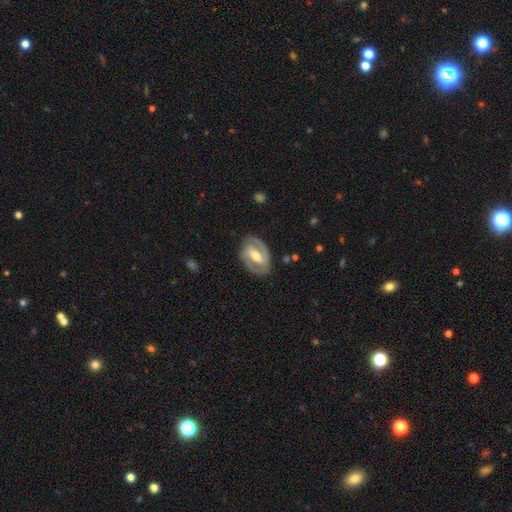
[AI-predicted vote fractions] Smooth or featured? Predicted: featured or disk (p=0.86). Edge-on disk? Predicted: no (p=0.96). Bar? Predicted: strong (p=0.60). Spiral arms? Predicted: yes (p=0.92). Spiral winding? Predicted: medium (p=0.46). Spiral arm count? Predicted: 2 (p=0.91). Bulge size? Predicted: moderate (p=0.67). Merging? Predicted: none (p=0.83).